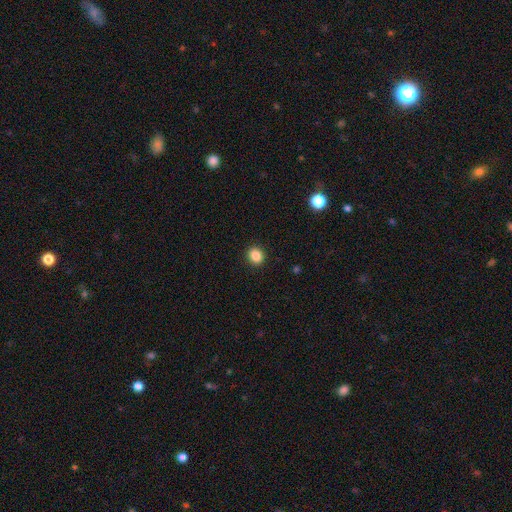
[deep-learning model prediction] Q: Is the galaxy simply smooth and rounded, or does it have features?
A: smooth — 87%.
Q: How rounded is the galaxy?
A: round — 67%.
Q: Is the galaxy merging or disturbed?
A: none — 91%.